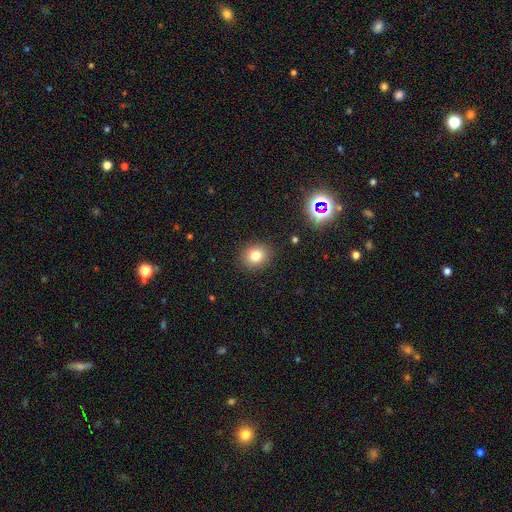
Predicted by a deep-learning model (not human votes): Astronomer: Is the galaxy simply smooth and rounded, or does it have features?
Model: smooth — 80%.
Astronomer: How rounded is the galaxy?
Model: round — 64%.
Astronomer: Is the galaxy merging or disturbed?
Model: none — 89%.